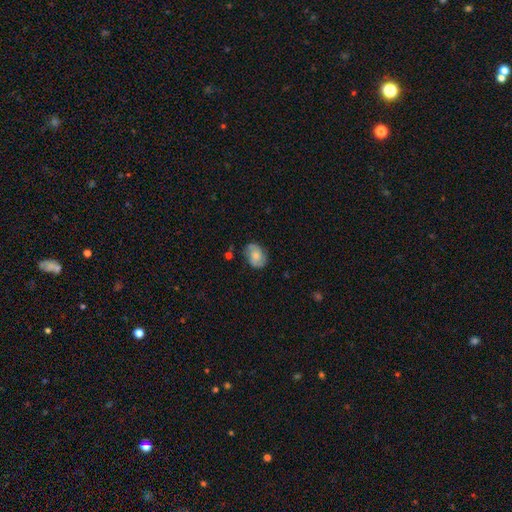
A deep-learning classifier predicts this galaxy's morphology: A featured or disk galaxy (49%).

Vote fractions:
- Smooth or featured? featured or disk: 49% / smooth: 43% / star or artifact: 8%
- Merging? none: 73% / minor disturbance: 20% / major disturbance: 5% / merger: 2%